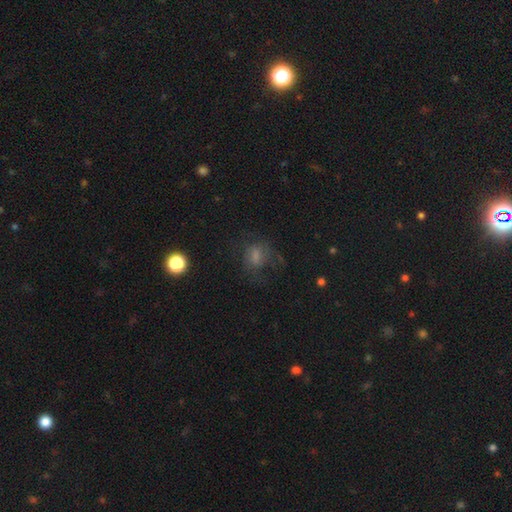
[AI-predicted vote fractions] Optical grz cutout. It shows a smooth galaxy with no disk features (50%). Merging: none (56%).